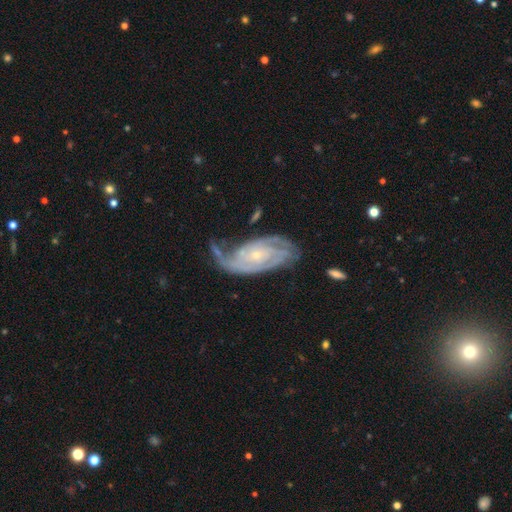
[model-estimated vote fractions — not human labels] Morphology: type=featured or disk (88%); edge-on=no (96%); bar=no (66%); spiral arms=yes (97%); winding=tight (61%); arm count=2 (45%); bulge=small (76%); merging=none (52%).